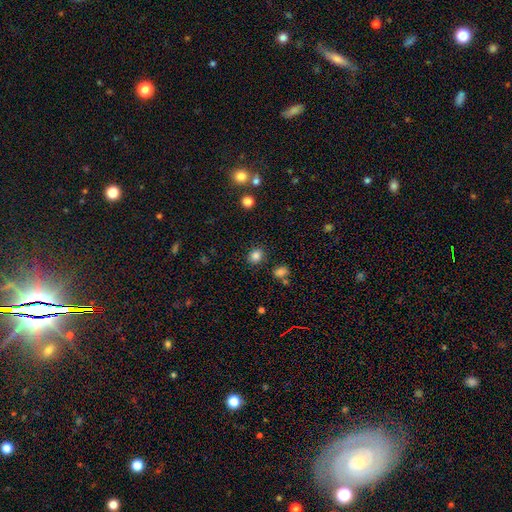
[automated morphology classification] Smooth or featured?
  - smooth: 82% *
  - star or artifact: 12%
  - featured or disk: 5%
How rounded?
  - round: 68% *
  - in between: 31%
  - cigar-shaped: 1%
Merging?
  - none: 86% *
  - minor disturbance: 8%
  - merger: 3%
  - major disturbance: 3%